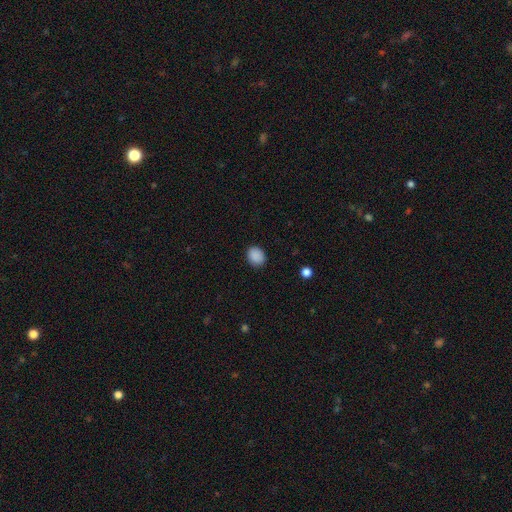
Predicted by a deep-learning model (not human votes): Smooth or featured? Predicted: smooth (p=0.89). How rounded? Predicted: round (p=0.58). Merging? Predicted: none (p=0.89).